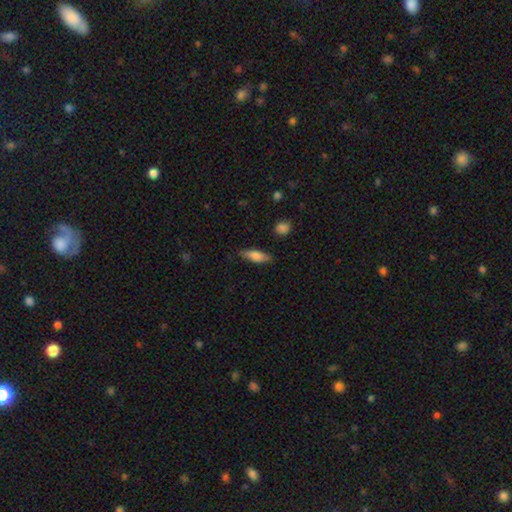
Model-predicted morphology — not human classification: Smooth or featured?
  - smooth: 77% *
  - featured or disk: 17%
  - star or artifact: 7%
How rounded?
  - in between: 58% *
  - cigar-shaped: 40%
  - round: 2%
Merging?
  - none: 81% *
  - minor disturbance: 15%
  - major disturbance: 3%
  - merger: 2%